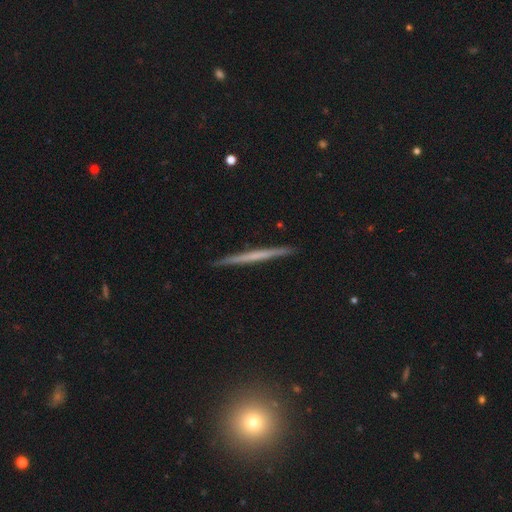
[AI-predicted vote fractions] This appears to be a featured or disk galaxy (54%) viewed edge-on (98%) with no central bulge (88%). Merging: none (92%).